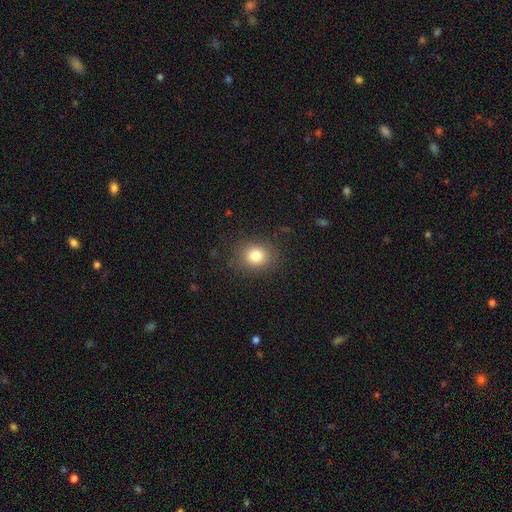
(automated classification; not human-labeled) Smooth or featured? Predicted: smooth (p=0.81). How rounded? Predicted: round (p=0.72). Merging? Predicted: none (p=0.86).